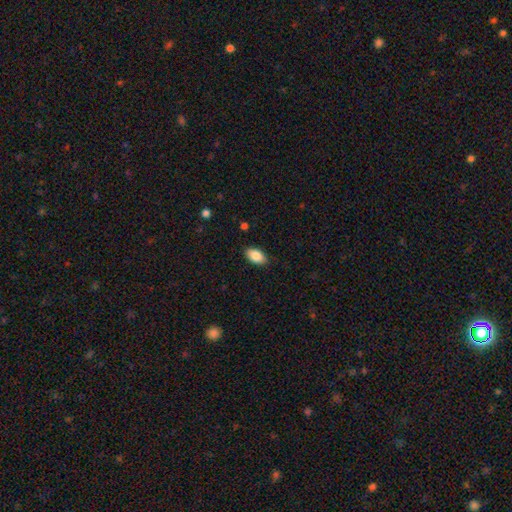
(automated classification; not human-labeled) A smooth galaxy with no disk features (86%) that is in between round and cigar-shaped (93%). Merging: none (86%).